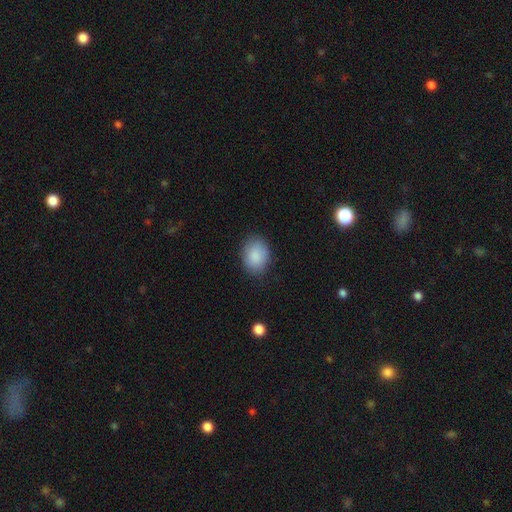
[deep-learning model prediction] Overall: smooth (88%). How rounded: in between (57%; round 42%). Merging: none (83%).